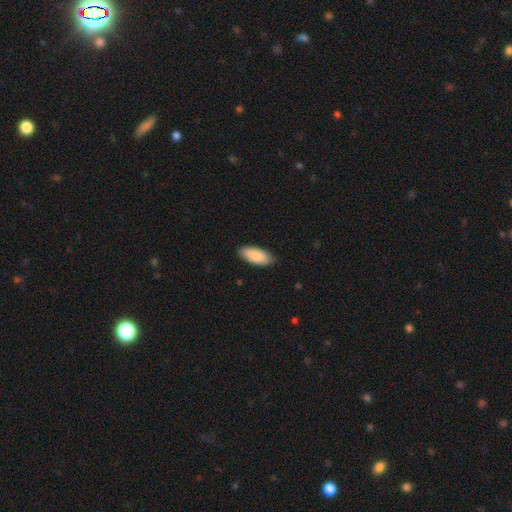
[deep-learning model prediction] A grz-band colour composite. It shows a smooth galaxy with no disk features (89%) that is in between round and cigar-shaped (84%). Merging: none (86%).